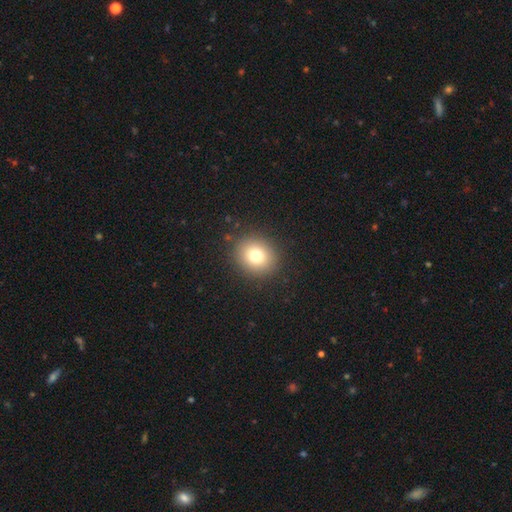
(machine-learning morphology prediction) The model was most divided on "how rounded": round: 78%, in between: 21%, cigar-shaped: 1%. More confident: merging — none (90%); smooth or featured — smooth (77%).